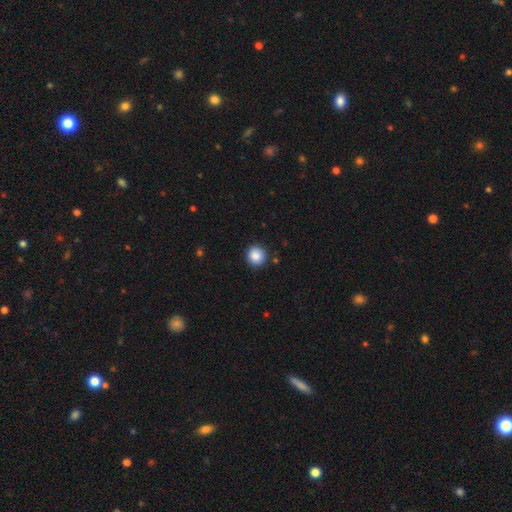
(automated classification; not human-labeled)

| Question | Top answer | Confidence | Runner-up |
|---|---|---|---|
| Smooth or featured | smooth | 88% | star or artifact (9%) |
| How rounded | round | 92% | in between (7%) |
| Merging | none | 90% | minor disturbance (7%) |